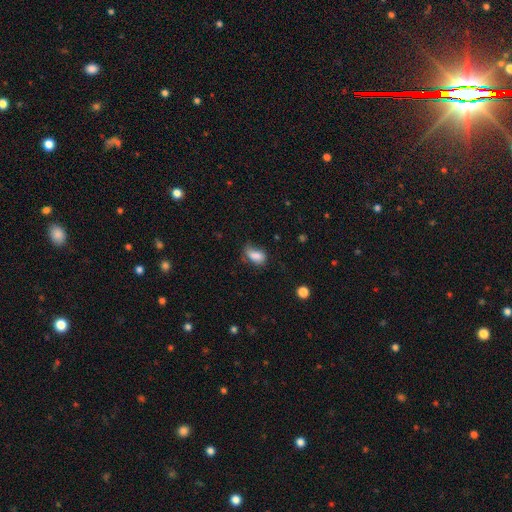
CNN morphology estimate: This appears to be a smooth galaxy with no disk features (81%) that is in between round and cigar-shaped (88%). Merging: none (45%).